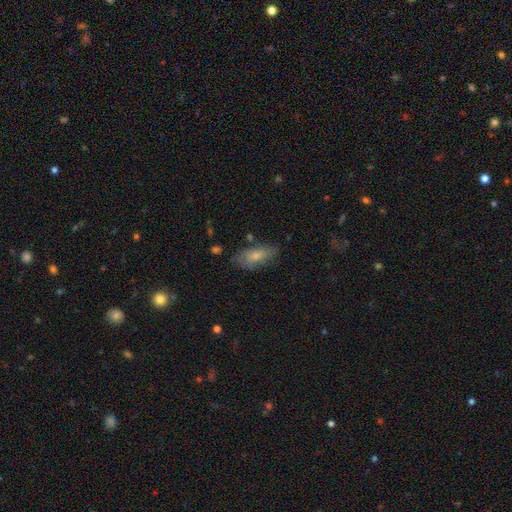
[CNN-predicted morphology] This appears to be a smooth galaxy with no disk features (69%) that is in between round and cigar-shaped (84%). Merging: none (67%).